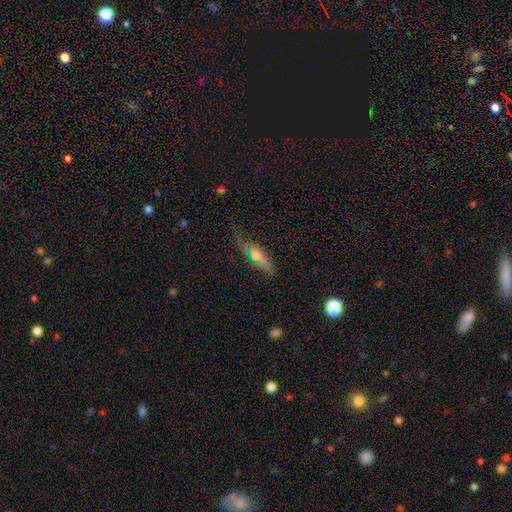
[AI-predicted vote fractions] A featured or disk galaxy (56%) viewed edge-on (55%). Merging: none (54%).